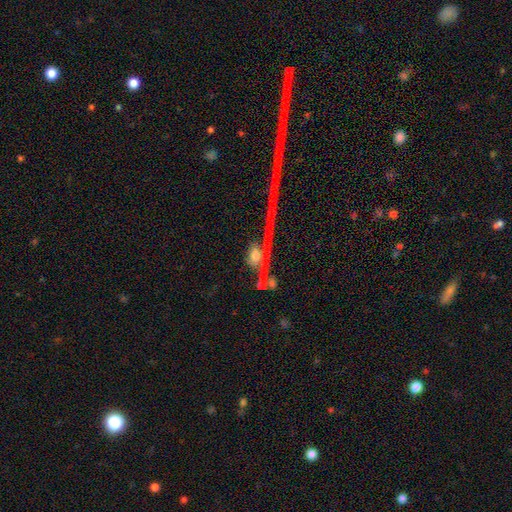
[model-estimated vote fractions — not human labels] featured or disk 40%, smooth 34%, star or artifact 27%. Down the decision tree: merging — none (43%).